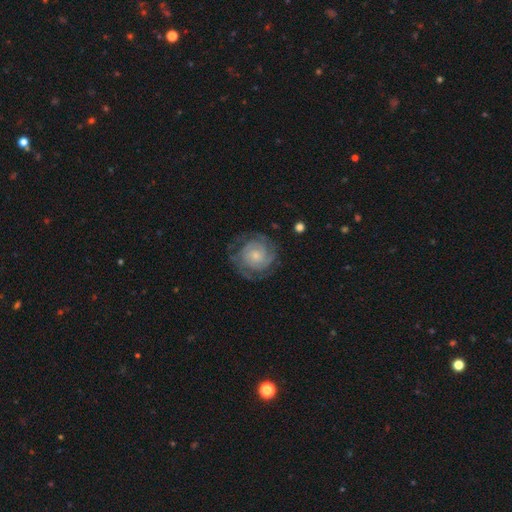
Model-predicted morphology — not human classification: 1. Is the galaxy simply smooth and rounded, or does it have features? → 80% featured or disk, 15% smooth, 6% star or artifact.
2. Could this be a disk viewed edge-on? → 98% no, 2% yes.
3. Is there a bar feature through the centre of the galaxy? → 77% no, 20% weak, 3% strong.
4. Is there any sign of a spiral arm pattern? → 94% yes, 6% no.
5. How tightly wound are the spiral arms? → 72% tight, 23% medium, 6% loose.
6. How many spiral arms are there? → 33% can't tell, 28% 2, 19% 3, 9% 4, 6% 1, 5% more than 4.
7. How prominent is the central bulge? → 65% small, 26% moderate, 5% none, 3% large, 1% dominant.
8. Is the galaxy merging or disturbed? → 72% none, 17% minor disturbance, 10% major disturbance, 1% merger.